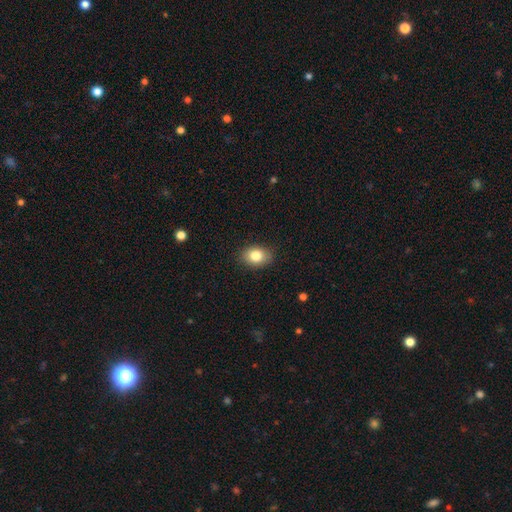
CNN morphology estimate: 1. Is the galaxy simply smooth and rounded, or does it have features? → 82% smooth, 9% featured or disk, 9% star or artifact.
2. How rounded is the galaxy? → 69% in between, 30% round, 1% cigar-shaped.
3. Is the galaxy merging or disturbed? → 87% none, 10% minor disturbance, 2% major disturbance, 1% merger.